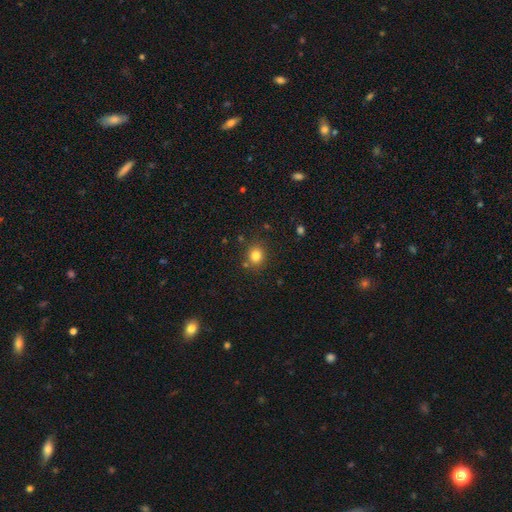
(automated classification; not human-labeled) The model was most divided on "how rounded": round: 78%, in between: 22%, cigar-shaped: 1%. More confident: smooth or featured — smooth (82%); merging — none (82%).